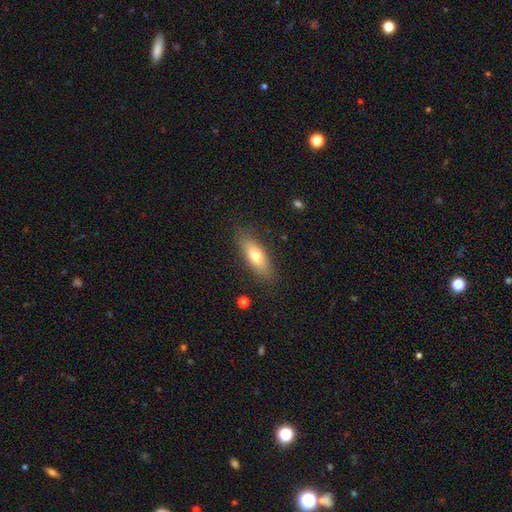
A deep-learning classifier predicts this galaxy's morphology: This appears to be a smooth galaxy with no disk features (69%) that is in between round and cigar-shaped (67%). Merging: none (84%).